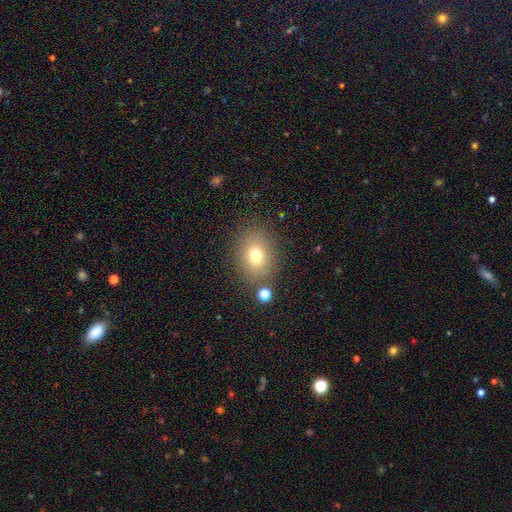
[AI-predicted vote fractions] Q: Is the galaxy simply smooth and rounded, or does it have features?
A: smooth — 74%.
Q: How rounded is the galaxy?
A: in between — 56%.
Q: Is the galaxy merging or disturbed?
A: none — 81%.